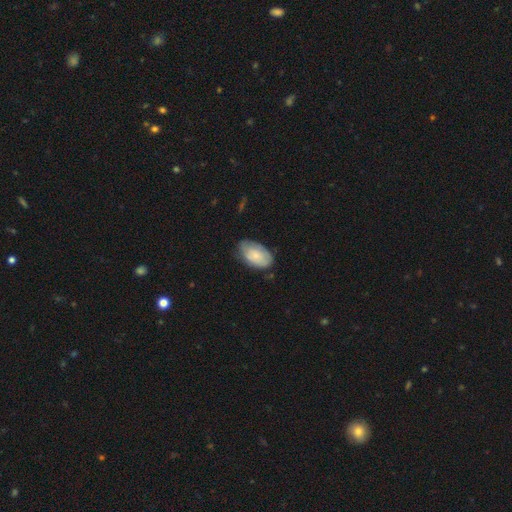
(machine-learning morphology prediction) smooth 70%, featured or disk 24%, star or artifact 6%. Down the decision tree: how rounded — in between (93%); merging — none (66%).